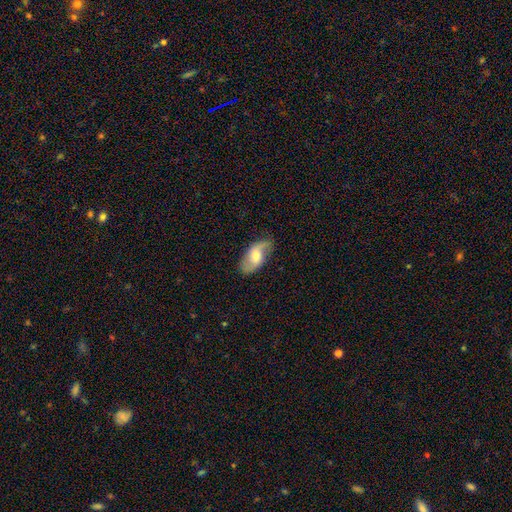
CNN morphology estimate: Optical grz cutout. It shows a featured or disk galaxy (66%) with no bar (45%), 2 (88%) loose (63%) spiral arms (90%) and a moderate central bulge (59%). Merging: none (77%).